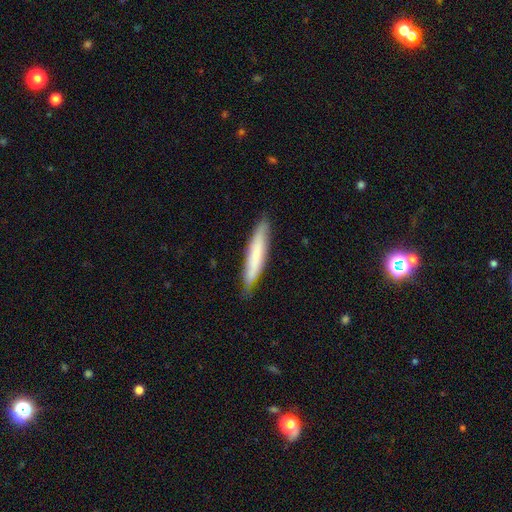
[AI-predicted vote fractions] This is likely a smooth galaxy (62%). How rounded: clearly cigar-shaped (90%). Merging: clearly none (82%).